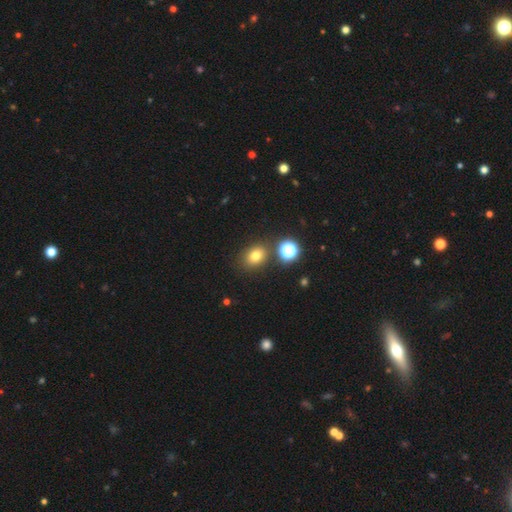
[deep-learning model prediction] This appears to be a smooth galaxy with no disk features (75%) that is in between round and cigar-shaped (53%). Merging: none (79%).